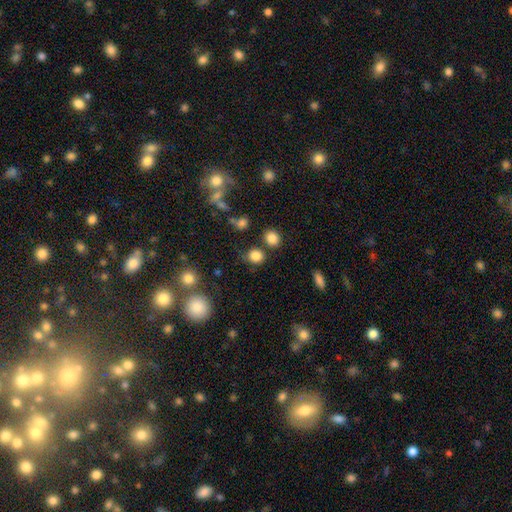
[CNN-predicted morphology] This appears to be a smooth galaxy with no disk features (83%) that is round (78%). Merging: none (74%).